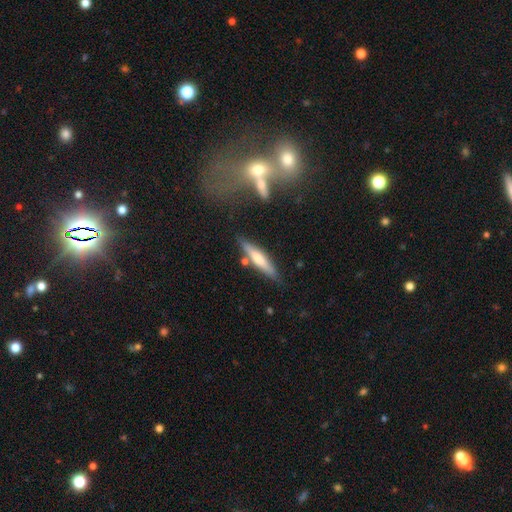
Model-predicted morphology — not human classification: Smooth or featured: featured or disk — 57% (smooth — 33%)
Edge-on disk: yes — 92% (no — 8%)
Edge-on bulge: rounded — 82% (none — 10%)
Merging: none — 75% (minor disturbance — 12%)